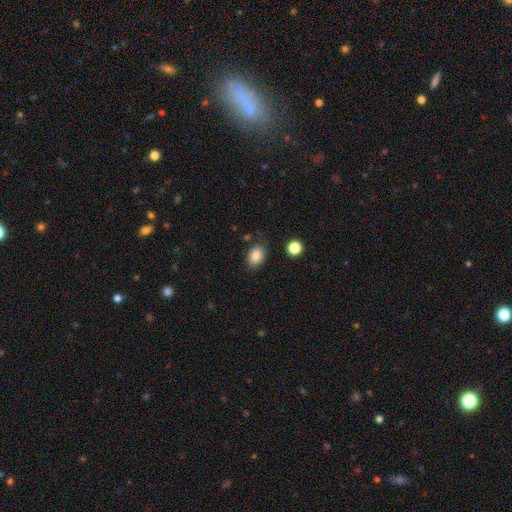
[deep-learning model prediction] Q: Smooth or featured?
A: smooth (86%); runner-up: star or artifact (9%)
Q: How rounded?
A: in between (82%); runner-up: round (17%)
Q: Merging?
A: none (77%); runner-up: minor disturbance (16%)